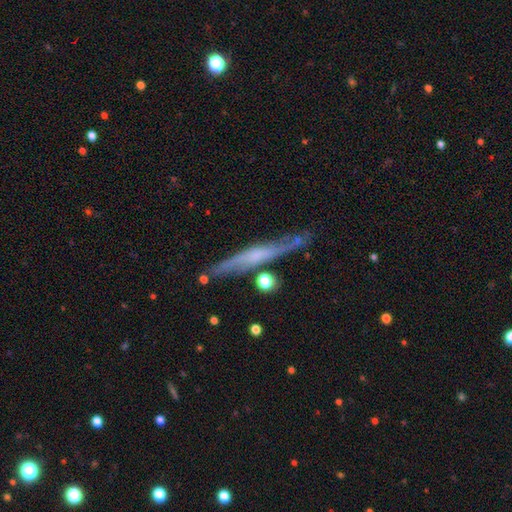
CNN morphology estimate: smooth_or_featured: featured or disk (p=0.63) [alt: smooth p=0.30]
disk_edge_on: yes (p=0.90) [alt: no p=0.10]
edge_on_bulge: none (p=0.52) [alt: rounded p=0.35]
merging: none (p=0.75) [alt: minor disturbance p=0.17]